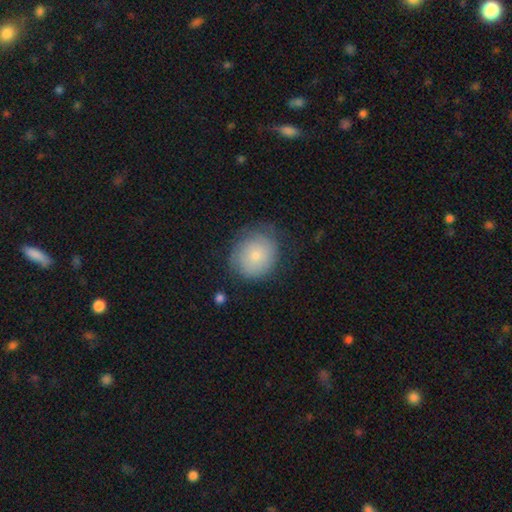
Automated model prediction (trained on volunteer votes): Overall: smooth (64%; featured or disk 29%). How rounded: round (81%). Merging: none (66%).